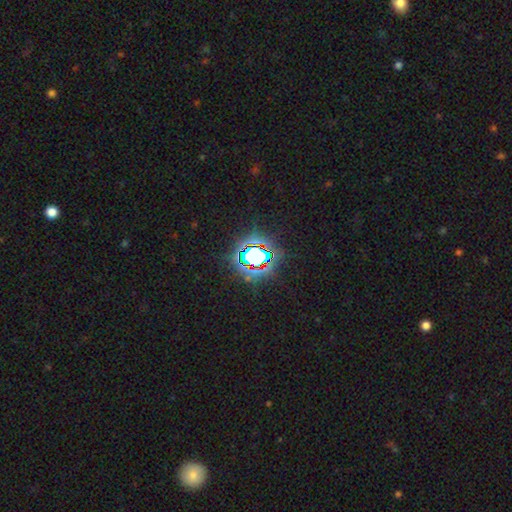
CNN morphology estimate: Smooth or featured? Predicted: star or artifact (p=0.73).